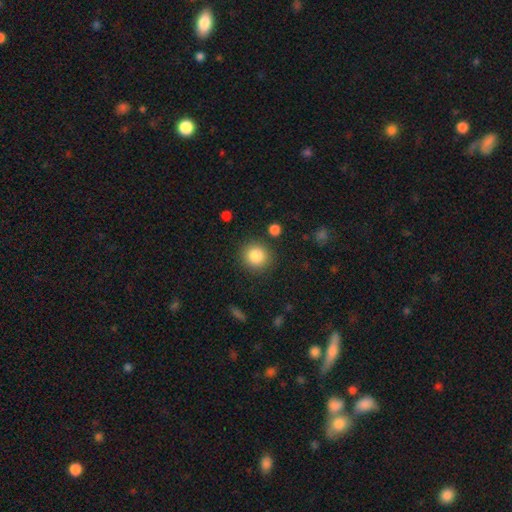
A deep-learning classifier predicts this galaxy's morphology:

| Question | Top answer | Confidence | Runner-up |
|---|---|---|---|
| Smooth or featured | smooth | 86% | star or artifact (9%) |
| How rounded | round | 90% | in between (9%) |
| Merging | none | 87% | minor disturbance (7%) |